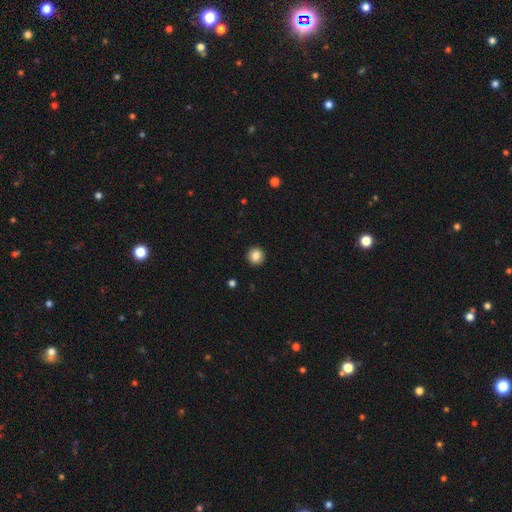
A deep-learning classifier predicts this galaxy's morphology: Q: Smooth or featured?
A: smooth (85%); runner-up: star or artifact (9%)
Q: How rounded?
A: round (89%); runner-up: in between (10%)
Q: Merging?
A: none (92%); runner-up: minor disturbance (5%)